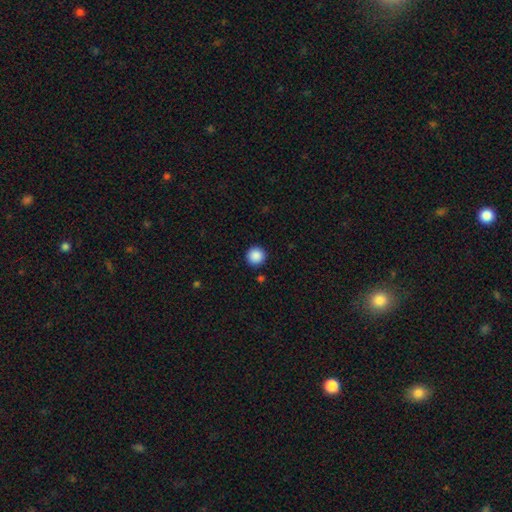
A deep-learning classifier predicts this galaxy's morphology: smooth-or-featured: smooth: 88% | star or artifact: 9% | featured or disk: 2%
  how-rounded: round: 96% | in between: 3% | cigar-shaped: 1%
  merging: none: 92% | minor disturbance: 5% | major disturbance: 2% | merger: 1%